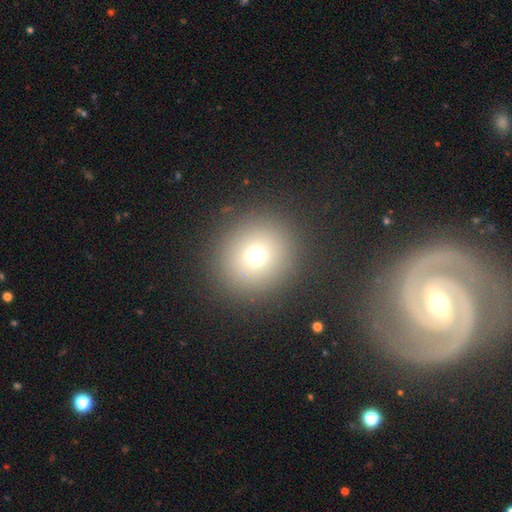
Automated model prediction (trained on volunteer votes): smooth_or_featured: smooth (p=0.71) [alt: star or artifact p=0.18]
how_rounded: round (p=0.90) [alt: in between p=0.09]
merging: none (p=0.89) [alt: minor disturbance p=0.06]